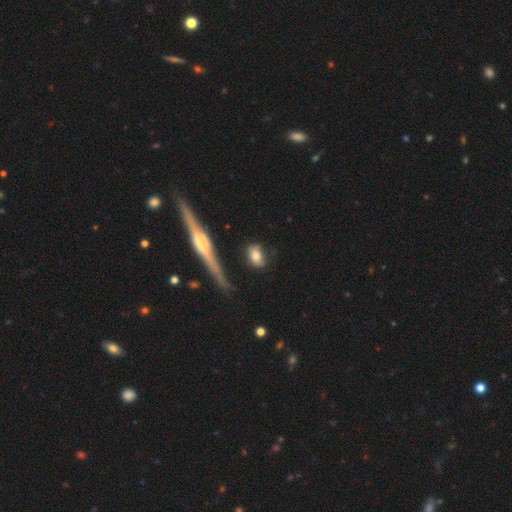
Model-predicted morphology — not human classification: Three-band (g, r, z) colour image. It shows a smooth galaxy with no disk features (74%) that is in between round and cigar-shaped (62%). Merging: none (77%).